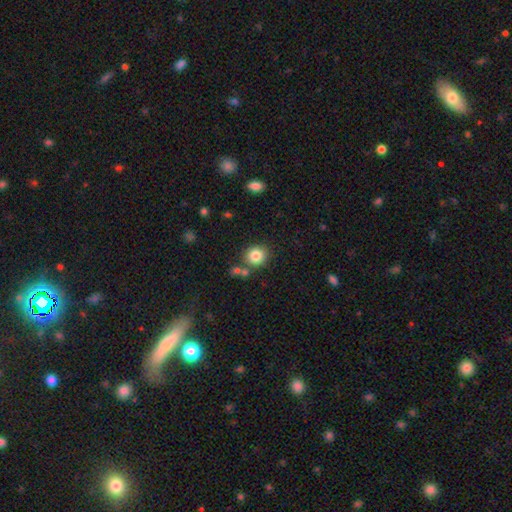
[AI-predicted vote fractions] Overall: smooth (82%). How rounded: round (86%). Merging: none (78%).